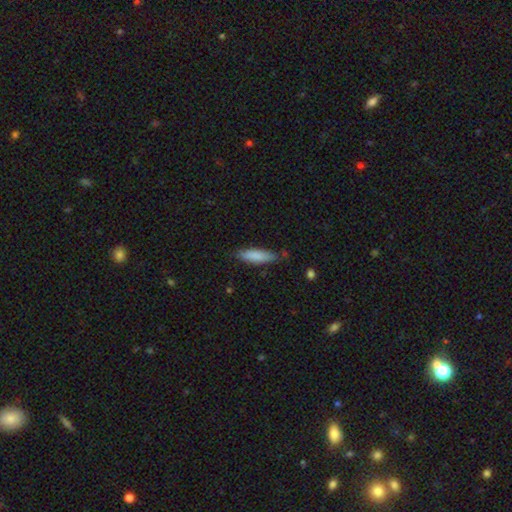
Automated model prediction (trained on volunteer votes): smooth-or-featured: smooth: 85% | featured or disk: 10% | star or artifact: 6%
  how-rounded: cigar-shaped: 65% | in between: 33% | round: 1%
  merging: none: 78% | minor disturbance: 17% | major disturbance: 3% | merger: 2%